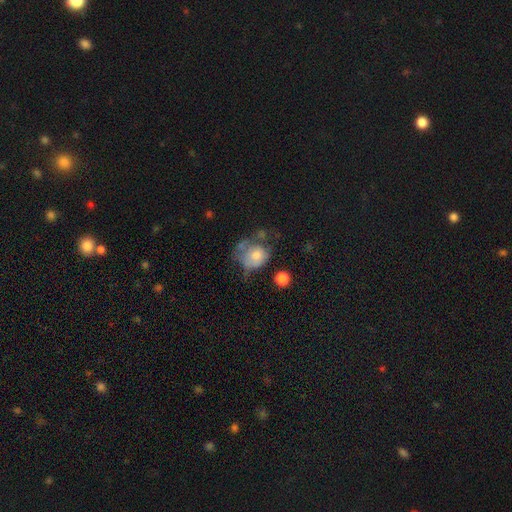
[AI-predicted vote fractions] A smooth galaxy with no disk features (57%) that is round (61%). Merging: major disturbance (32%).